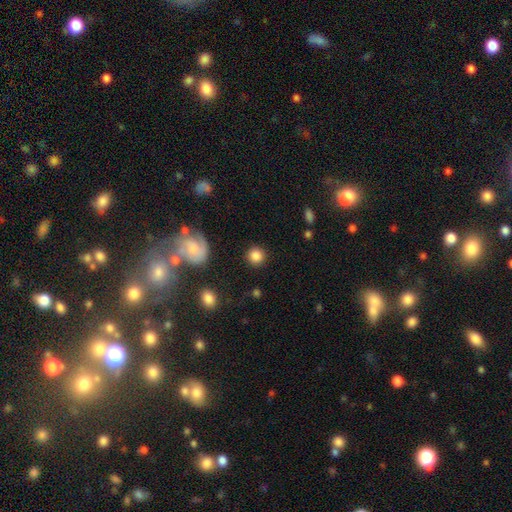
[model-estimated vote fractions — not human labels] The model was most divided on "smooth or featured": smooth: 84%, star or artifact: 9%, featured or disk: 7%. More confident: how rounded — round (92%); merging — none (88%).